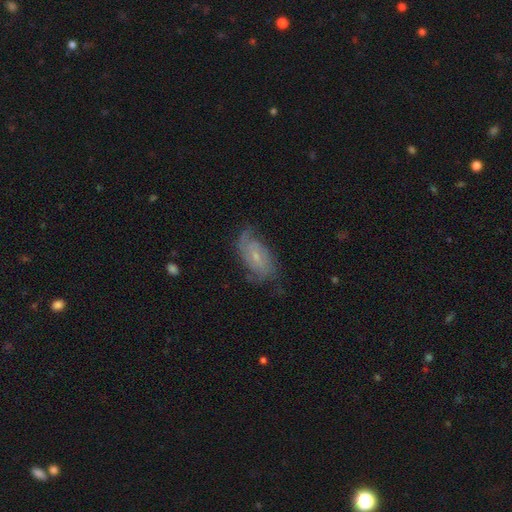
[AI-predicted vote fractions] Overall: featured or disk (72%). Edge-on disk: no (95%). Bar: no (55%; weak 38%). Spiral arms: yes (90%). Spiral arm count: 2 (47%; can't tell 31%). Spiral winding: tight (44%; medium 38%). Bulge size: small (70%). Merging: none (65%).